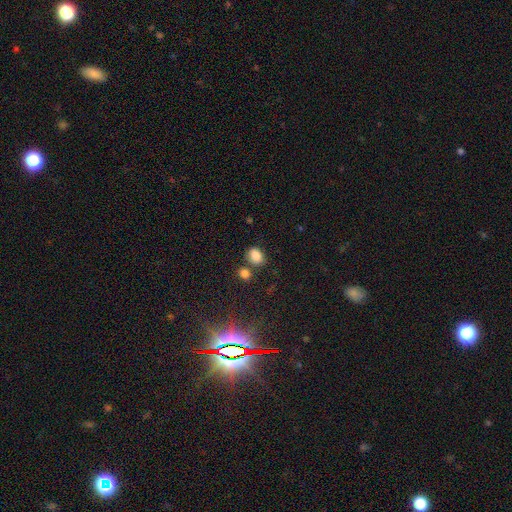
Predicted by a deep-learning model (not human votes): Q: Smooth or featured?
A: smooth (83%); runner-up: star or artifact (11%)
Q: How rounded?
A: in between (67%); runner-up: round (32%)
Q: Merging?
A: none (65%); runner-up: merger (17%)